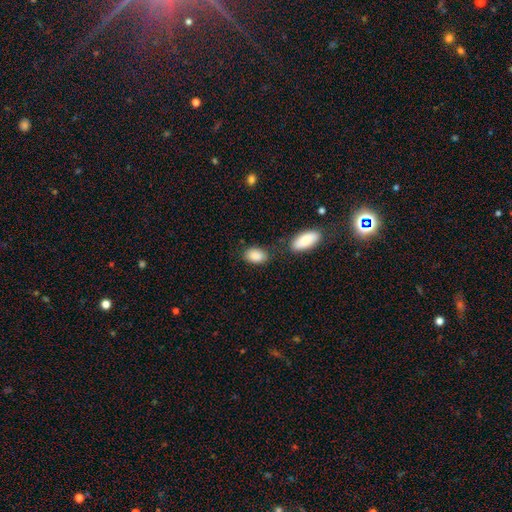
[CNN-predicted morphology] Q: Smooth or featured?
A: smooth (89%); runner-up: star or artifact (7%)
Q: How rounded?
A: in between (88%); runner-up: round (10%)
Q: Merging?
A: none (69%); runner-up: minor disturbance (16%)